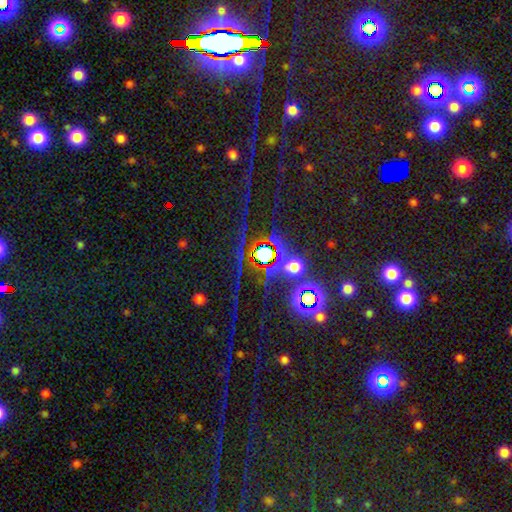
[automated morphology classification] Smooth or featured?
  - star or artifact: 75% *
  - smooth: 14%
  - featured or disk: 11%